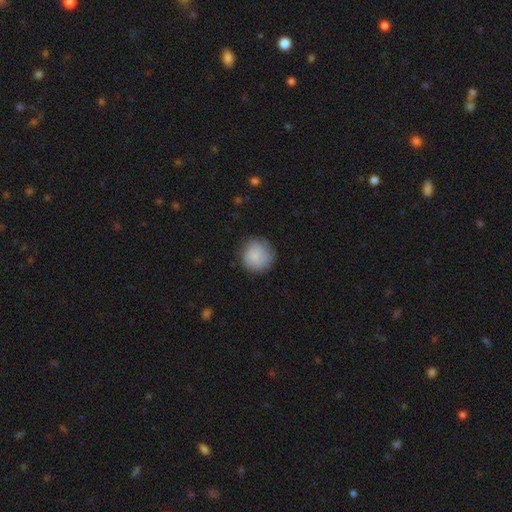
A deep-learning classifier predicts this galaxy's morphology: Smooth or featured? smooth (79%)
How rounded? round (90%)
Merging? none (73%)